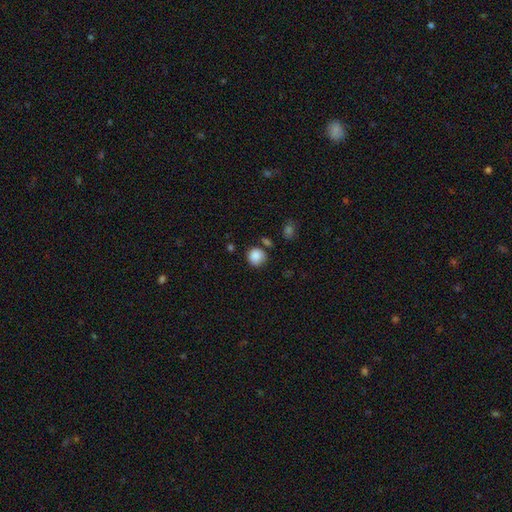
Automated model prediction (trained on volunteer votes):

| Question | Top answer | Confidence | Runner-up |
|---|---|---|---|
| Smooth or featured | smooth | 87% | star or artifact (9%) |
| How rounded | round | 90% | in between (9%) |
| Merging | none | 76% | minor disturbance (14%) |